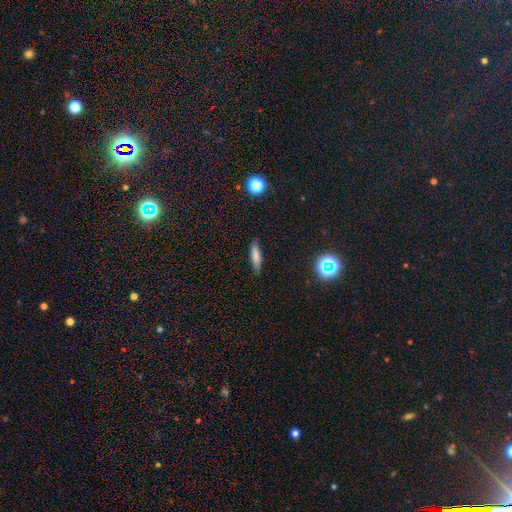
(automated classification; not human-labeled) smooth_or_featured: smooth (p=0.77) [alt: featured or disk p=0.13]
how_rounded: cigar-shaped (p=0.68) [alt: in between p=0.29]
merging: none (p=0.86) [alt: minor disturbance p=0.11]